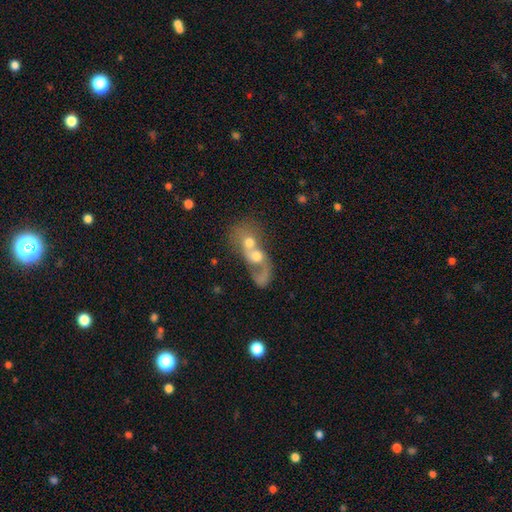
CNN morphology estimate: smooth-or-featured: featured or disk: 46% | smooth: 44% | star or artifact: 10%
  merging: merger: 80% | major disturbance: 8% | none: 7% | minor disturbance: 4%